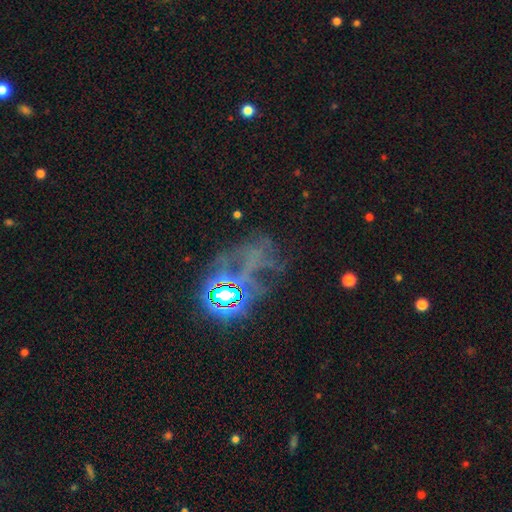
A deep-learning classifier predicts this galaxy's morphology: type=star or artifact (58%).